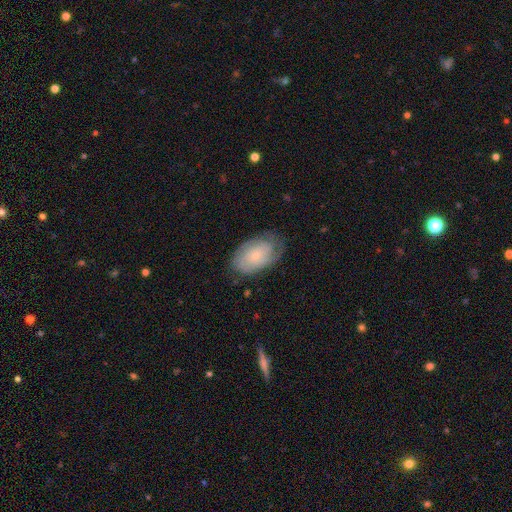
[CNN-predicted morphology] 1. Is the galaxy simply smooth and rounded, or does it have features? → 48% featured or disk, 45% smooth, 7% star or artifact.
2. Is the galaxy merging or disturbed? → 69% none, 22% minor disturbance, 8% major disturbance, 1% merger.